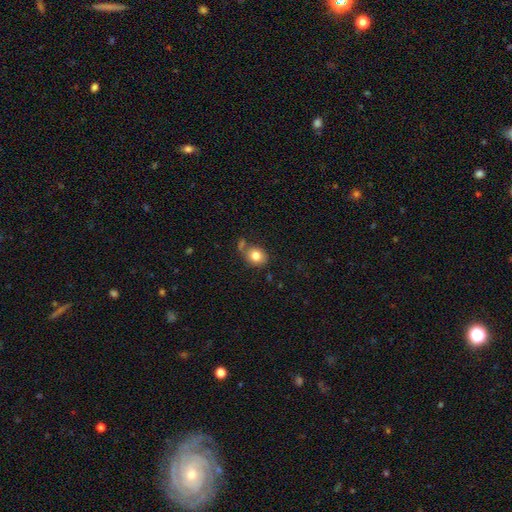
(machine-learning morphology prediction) Smooth or featured? Predicted: smooth (p=0.81). How rounded? Predicted: round (p=0.58). Merging? Predicted: none (p=0.64).